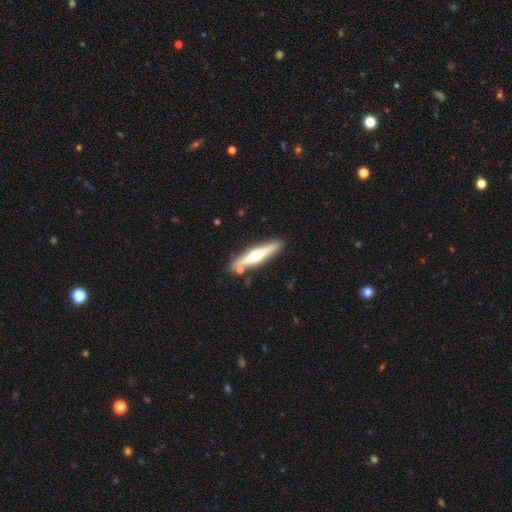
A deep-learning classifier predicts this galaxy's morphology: A featured or disk galaxy (65%) viewed edge-on (96%) with a rounded central bulge (94%).

Vote fractions:
- Smooth or featured? featured or disk: 65% / smooth: 30% / star or artifact: 5%
- Edge-on disk? yes: 96% / no: 4%
- Edge-on bulge? rounded: 94% / none: 3% / boxy: 3%
- Merging? none: 85% / minor disturbance: 9% / merger: 4% / major disturbance: 2%